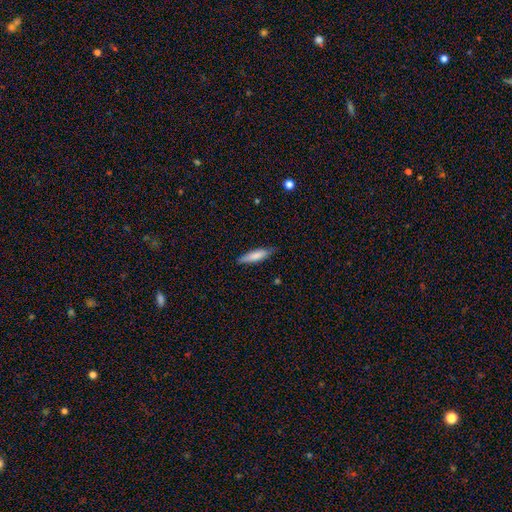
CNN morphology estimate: Q: Smooth or featured?
A: smooth (77%); runner-up: featured or disk (17%)
Q: How rounded?
A: cigar-shaped (71%); runner-up: in between (28%)
Q: Merging?
A: none (80%); runner-up: minor disturbance (16%)